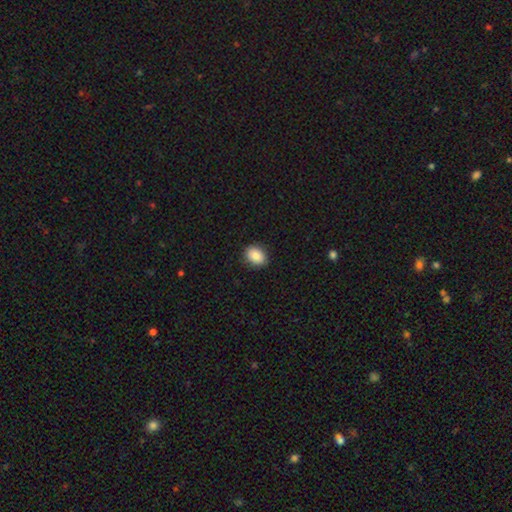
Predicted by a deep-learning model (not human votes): Smooth or featured? Predicted: smooth (p=0.87). How rounded? Predicted: in between (p=0.67). Merging? Predicted: none (p=0.88).